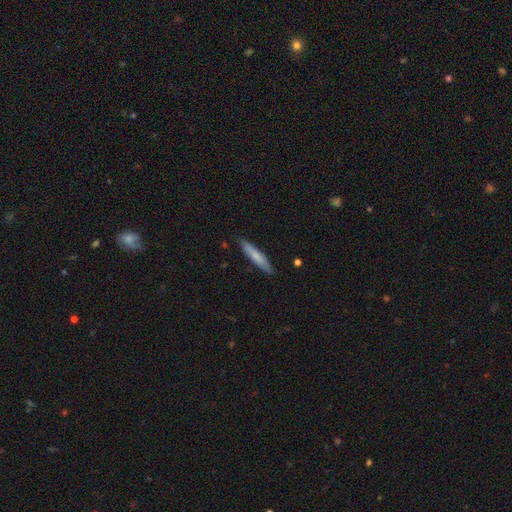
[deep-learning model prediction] A smooth galaxy with no disk features (72%) that is cigar-shaped (90%). Merging: none (89%).